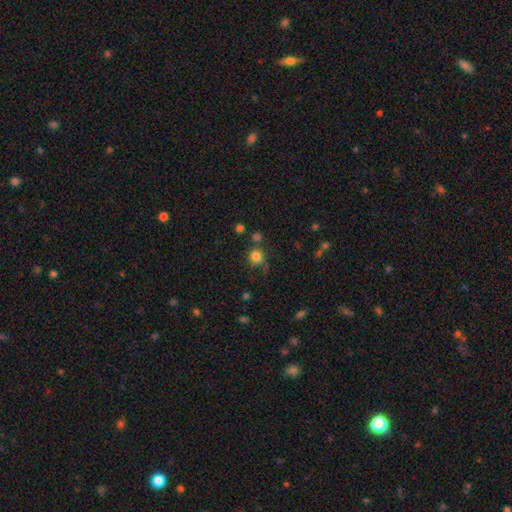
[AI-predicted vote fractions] Morphology: type=smooth (81%); roundness=round (89%); merging=none (70%).